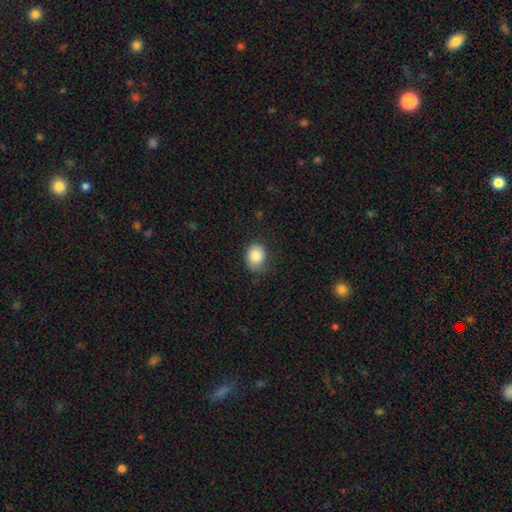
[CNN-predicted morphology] Smooth or featured: smooth — 85% (star or artifact — 8%)
How rounded: in between — 50% (round — 49%)
Merging: none — 64% (minor disturbance — 27%)